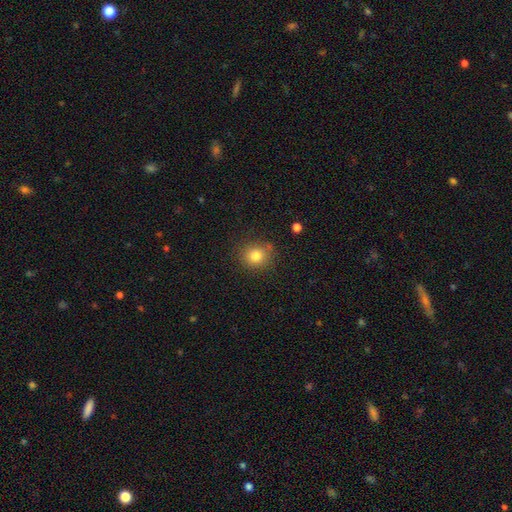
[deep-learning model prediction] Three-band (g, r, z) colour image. It shows a smooth galaxy with no disk features (82%) that is round (83%). Merging: none (82%).